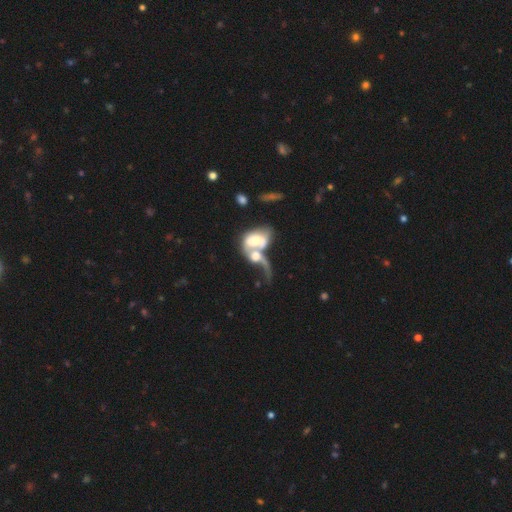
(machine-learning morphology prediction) Smooth or featured: featured or disk — 54% (smooth — 38%)
Edge-on disk: no — 94% (yes — 6%)
Bar: no — 65% (weak — 25%)
Spiral arms: yes — 54% (no — 46%)
Bulge size: moderate — 39% (large — 25%)
Merging: merger — 74% (major disturbance — 15%)